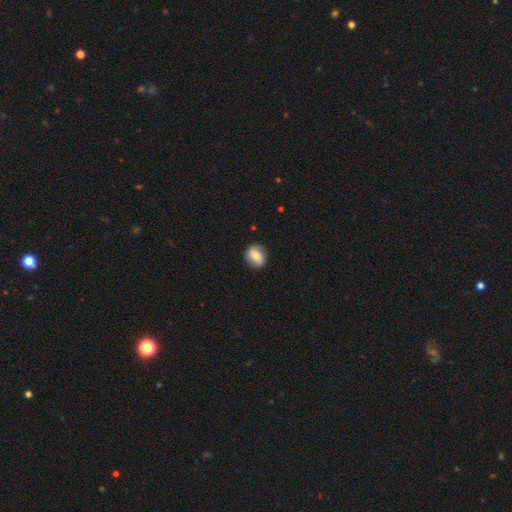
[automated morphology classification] This is likely a smooth galaxy (72%). How rounded: possibly round (58%). Merging: clearly none (84%).